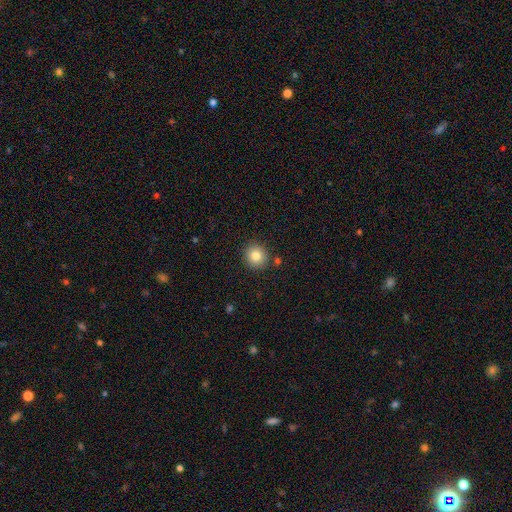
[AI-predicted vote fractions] Smooth or featured?
  - smooth: 82% *
  - star or artifact: 10%
  - featured or disk: 8%
How rounded?
  - round: 92% *
  - in between: 7%
  - cigar-shaped: 1%
Merging?
  - none: 88% *
  - minor disturbance: 7%
  - merger: 3%
  - major disturbance: 2%